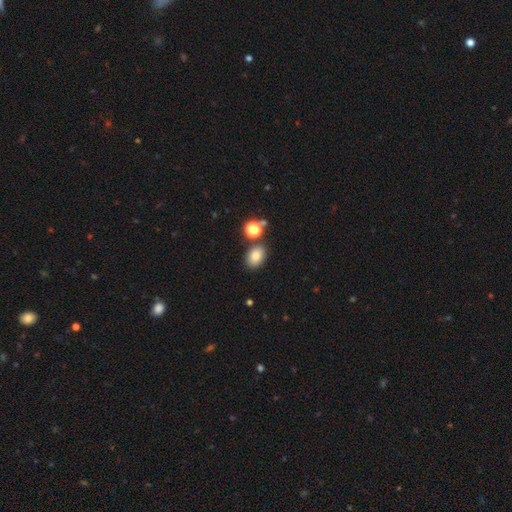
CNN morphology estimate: A smooth galaxy with no disk features (81%) that is in between round and cigar-shaped (74%).

Vote fractions:
- Smooth or featured? smooth: 81% / star or artifact: 12% / featured or disk: 8%
- How rounded? in between: 74% / round: 25% / cigar-shaped: 1%
- Merging? none: 78% / minor disturbance: 10% / merger: 9% / major disturbance: 3%